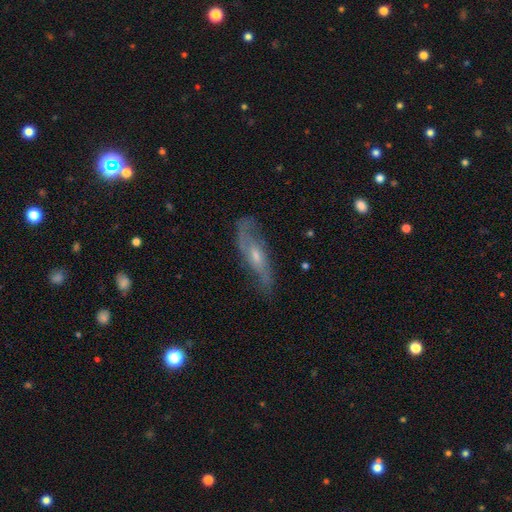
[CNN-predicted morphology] Smooth or featured? featured or disk (72%)
Edge-on disk? no (71%)
Bar? no (62%)
Spiral arms? yes (86%)
Bulge size? moderate (48%)
Merging? none (69%)